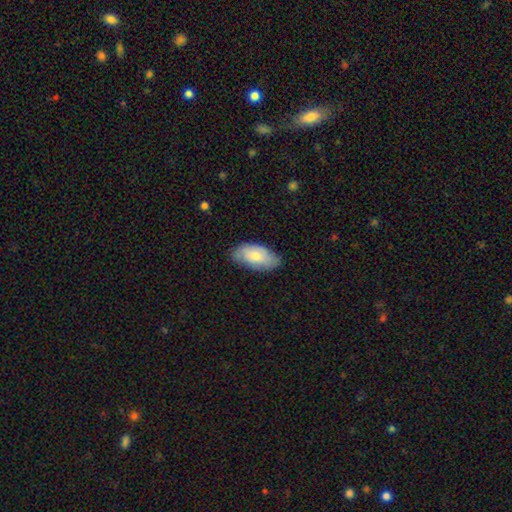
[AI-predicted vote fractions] Smooth or featured?
  - smooth: 66% *
  - featured or disk: 28%
  - star or artifact: 6%
How rounded?
  - in between: 93% *
  - cigar-shaped: 4%
  - round: 3%
Merging?
  - none: 71% *
  - minor disturbance: 24%
  - major disturbance: 4%
  - merger: 1%